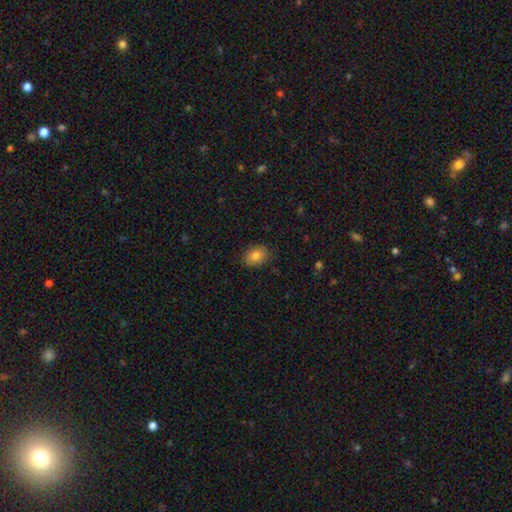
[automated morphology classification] Q: Smooth or featured?
A: smooth (84%); runner-up: star or artifact (9%)
Q: How rounded?
A: in between (70%); runner-up: round (29%)
Q: Merging?
A: none (87%); runner-up: minor disturbance (10%)